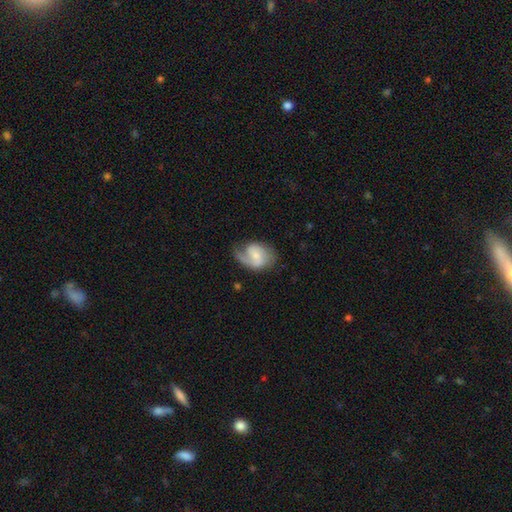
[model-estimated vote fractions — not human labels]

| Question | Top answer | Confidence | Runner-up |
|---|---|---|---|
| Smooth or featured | featured or disk | 70% | smooth (24%) |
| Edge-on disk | no | 97% | yes (3%) |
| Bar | weak | 47% | no (41%) |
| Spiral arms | yes | 92% | no (8%) |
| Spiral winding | medium | 45% | loose (31%) |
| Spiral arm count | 2 | 47% | 1 (43%) |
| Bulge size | small | 50% | moderate (36%) |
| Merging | none | 54% | minor disturbance (26%) |